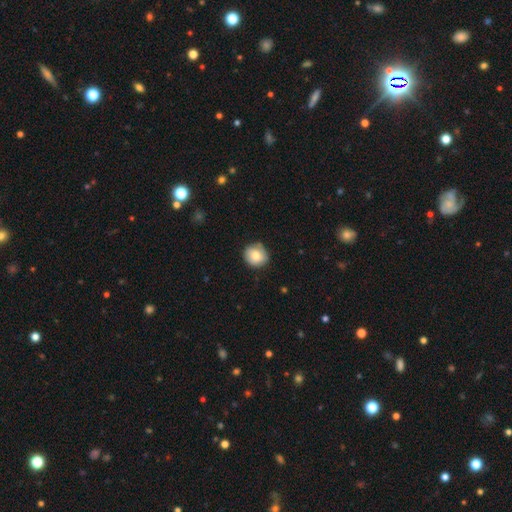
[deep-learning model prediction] A smooth galaxy with no disk features (79%) that is round (87%).

Vote fractions:
- Smooth or featured? smooth: 79% / featured or disk: 14% / star or artifact: 8%
- How rounded? round: 87% / in between: 12% / cigar-shaped: 1%
- Merging? none: 79% / minor disturbance: 17% / major disturbance: 3% / merger: 1%